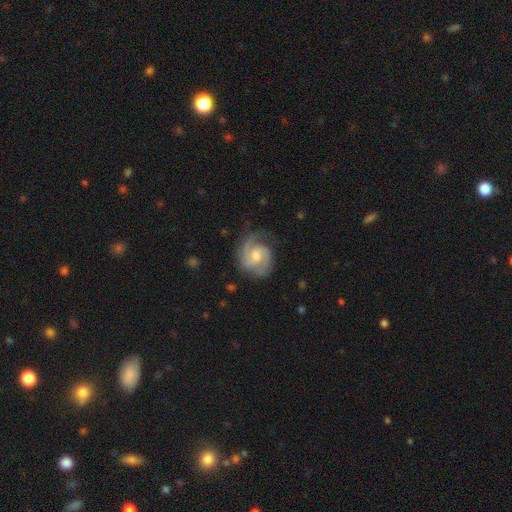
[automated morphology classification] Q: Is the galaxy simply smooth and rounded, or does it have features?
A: featured or disk — 86%.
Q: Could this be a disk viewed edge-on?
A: no — 98%.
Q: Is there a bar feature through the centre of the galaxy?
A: no — 51%.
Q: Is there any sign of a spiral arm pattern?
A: yes — 97%.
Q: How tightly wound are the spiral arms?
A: medium — 45%.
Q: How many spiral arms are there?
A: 2 — 77%.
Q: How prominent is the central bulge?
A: moderate — 57%.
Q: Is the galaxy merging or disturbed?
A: none — 73%.